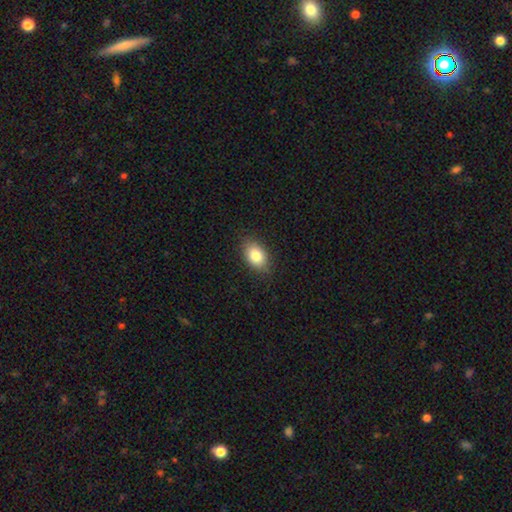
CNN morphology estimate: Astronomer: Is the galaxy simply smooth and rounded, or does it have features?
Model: smooth — 83%.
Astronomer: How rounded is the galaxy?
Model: in between — 86%.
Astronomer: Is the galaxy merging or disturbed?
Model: none — 85%.